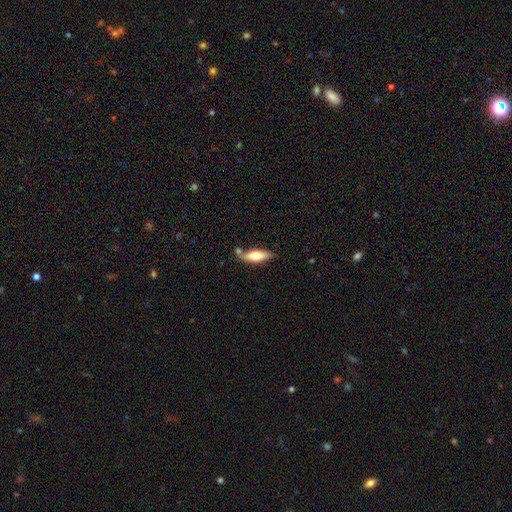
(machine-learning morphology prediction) This is likely a smooth galaxy (63%). How rounded: possibly in between (51%). Merging: likely none (68%).